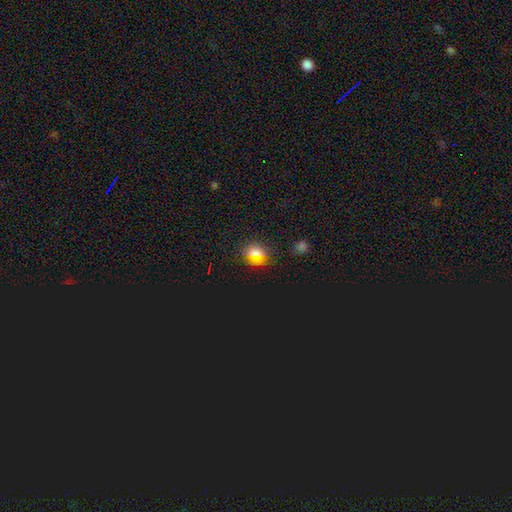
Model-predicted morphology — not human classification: Smooth or featured: smooth — 54% (star or artifact — 38%)
How rounded: round — 64% (in between — 32%)
Merging: none — 85% (minor disturbance — 9%)